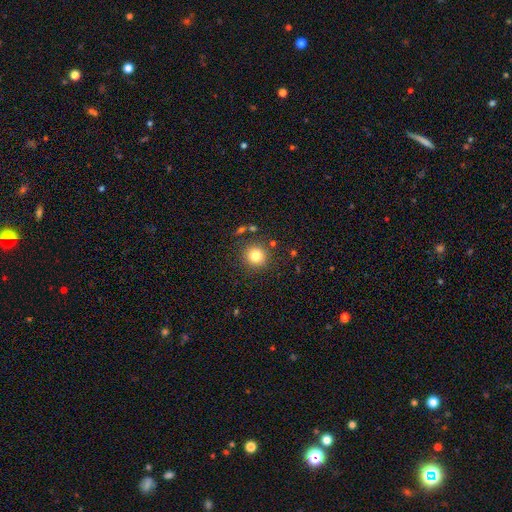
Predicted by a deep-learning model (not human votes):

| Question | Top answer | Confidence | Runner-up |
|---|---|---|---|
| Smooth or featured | smooth | 81% | star or artifact (12%) |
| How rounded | round | 94% | in between (5%) |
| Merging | none | 87% | minor disturbance (7%) |